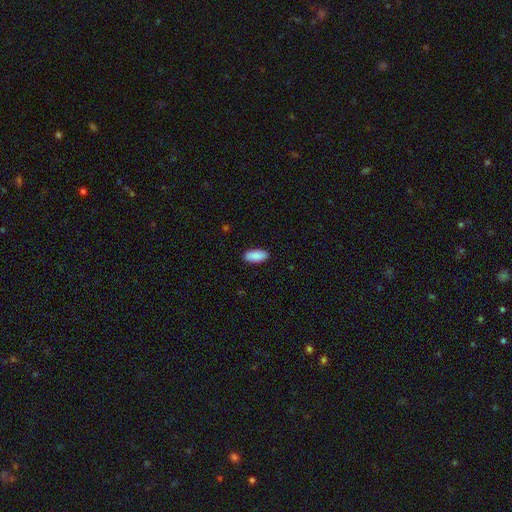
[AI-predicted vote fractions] Smooth or featured: smooth — 91% (star or artifact — 6%)
How rounded: in between — 89% (cigar-shaped — 9%)
Merging: none — 89% (minor disturbance — 8%)